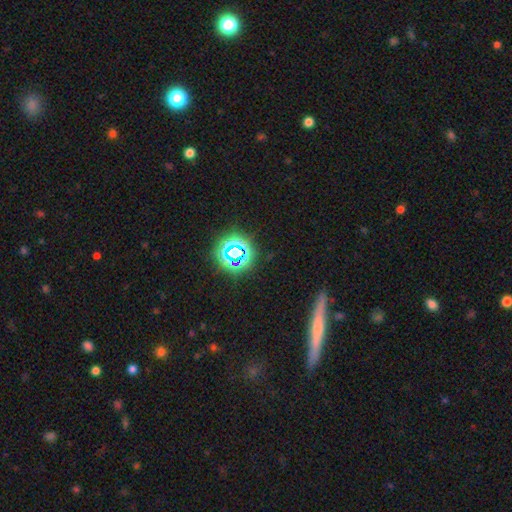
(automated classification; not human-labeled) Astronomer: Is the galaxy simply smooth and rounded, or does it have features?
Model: star or artifact — 56%.